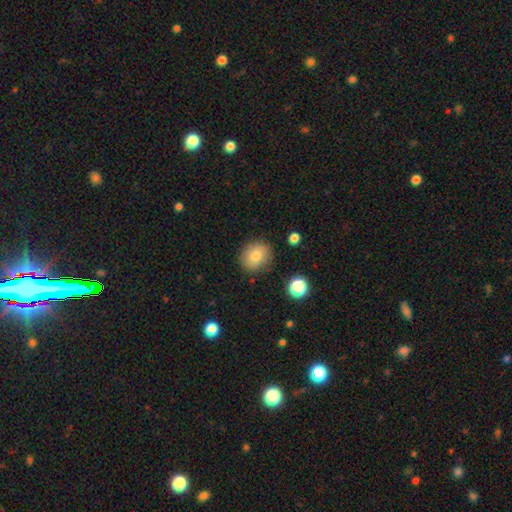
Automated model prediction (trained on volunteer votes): Smooth or featured? Predicted: smooth (p=0.80). How rounded? Predicted: round (p=0.72). Merging? Predicted: none (p=0.85).